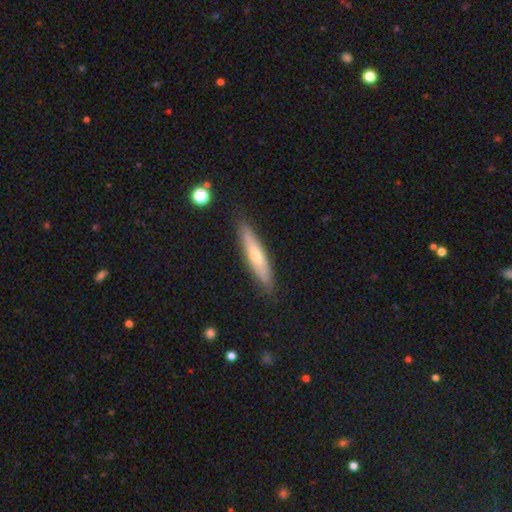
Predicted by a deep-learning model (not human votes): Overall: smooth (51%; featured or disk 43%). How rounded: cigar-shaped (83%). Merging: none (86%).